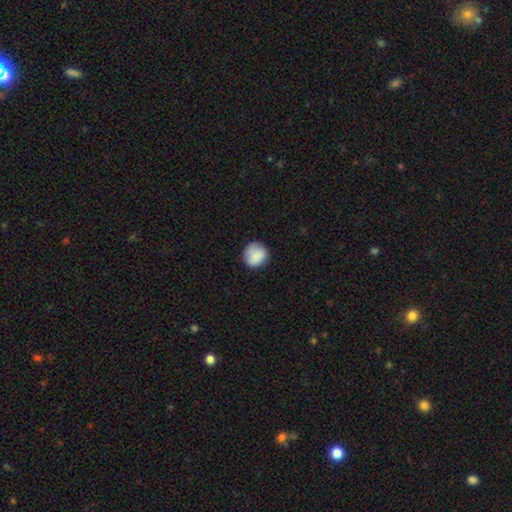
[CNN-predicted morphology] smooth 87%, star or artifact 7%, featured or disk 6%. Down the decision tree: how rounded — round (89%); merging — none (82%).